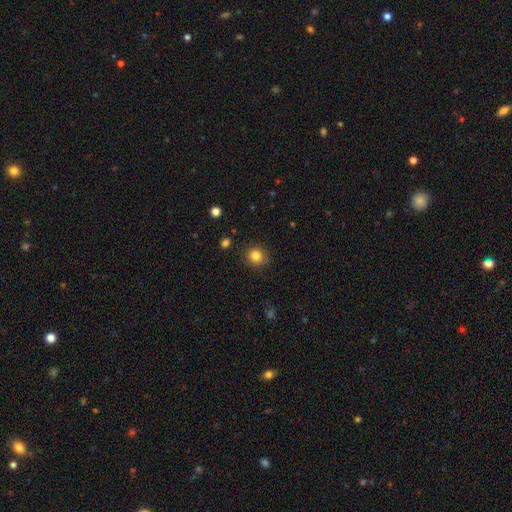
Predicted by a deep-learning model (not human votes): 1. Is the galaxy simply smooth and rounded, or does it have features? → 84% smooth, 11% star or artifact, 5% featured or disk.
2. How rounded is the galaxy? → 87% round, 12% in between, 1% cigar-shaped.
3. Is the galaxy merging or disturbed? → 87% none, 9% minor disturbance, 3% major disturbance, 1% merger.